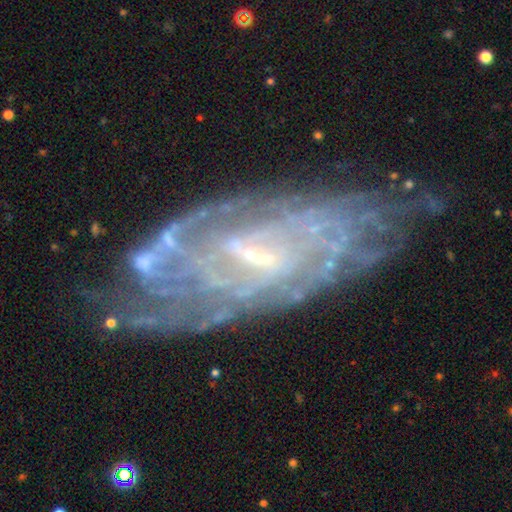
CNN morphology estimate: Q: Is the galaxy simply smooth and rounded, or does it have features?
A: featured or disk — 83%.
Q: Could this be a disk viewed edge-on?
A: no — 91%.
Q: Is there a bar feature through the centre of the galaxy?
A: weak — 47%.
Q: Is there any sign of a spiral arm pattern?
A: yes — 93%.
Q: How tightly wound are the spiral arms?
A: tight — 72%.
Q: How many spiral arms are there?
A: can't tell — 48%.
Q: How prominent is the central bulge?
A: small — 63%.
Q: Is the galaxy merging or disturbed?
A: none — 69%.